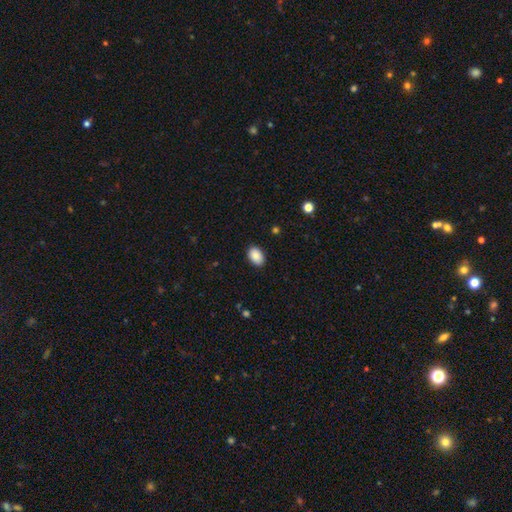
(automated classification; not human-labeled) Q: Smooth or featured?
A: smooth (88%); runner-up: star or artifact (7%)
Q: How rounded?
A: in between (88%); runner-up: round (11%)
Q: Merging?
A: none (89%); runner-up: minor disturbance (8%)